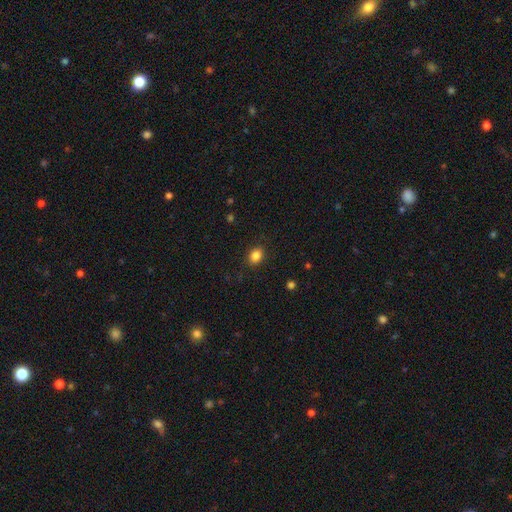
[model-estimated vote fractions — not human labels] Q: Smooth or featured?
A: smooth (85%); runner-up: star or artifact (10%)
Q: How rounded?
A: in between (60%); runner-up: round (39%)
Q: Merging?
A: none (88%); runner-up: minor disturbance (9%)